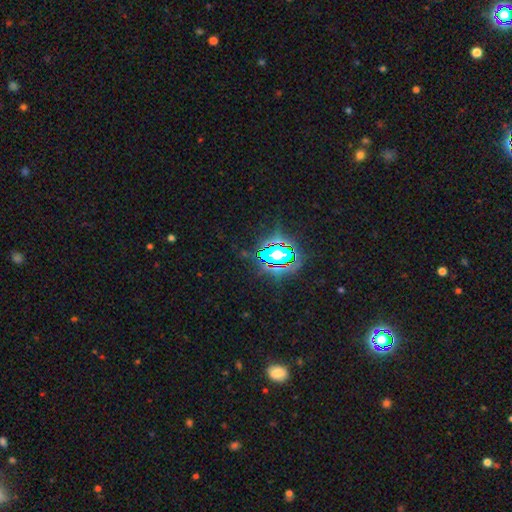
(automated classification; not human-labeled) A star or artifact, not a galaxy (81%).

Vote fractions:
- Smooth or featured? star or artifact: 81% / smooth: 11% / featured or disk: 8%